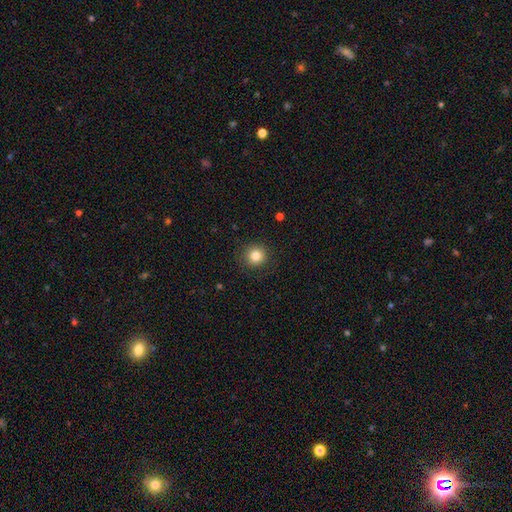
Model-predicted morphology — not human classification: The model was most divided on "smooth or featured": smooth: 84%, star or artifact: 11%, featured or disk: 5%. More confident: how rounded — round (93%); merging — none (90%).